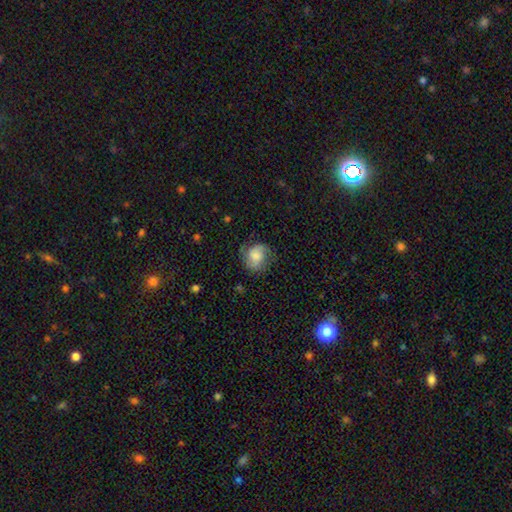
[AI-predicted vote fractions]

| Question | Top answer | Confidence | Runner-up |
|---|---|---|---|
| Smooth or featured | featured or disk | 50% | smooth (41%) |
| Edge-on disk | no | 97% | yes (3%) |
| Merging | none | 64% | minor disturbance (23%) |